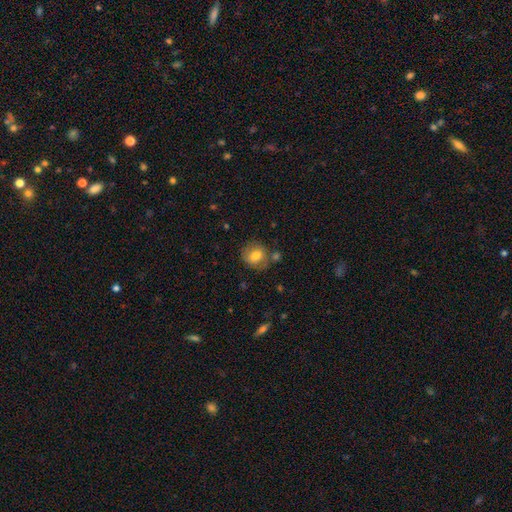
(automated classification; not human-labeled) Q: Smooth or featured?
A: smooth (74%); runner-up: featured or disk (17%)
Q: How rounded?
A: round (76%); runner-up: in between (23%)
Q: Merging?
A: none (69%); runner-up: minor disturbance (16%)